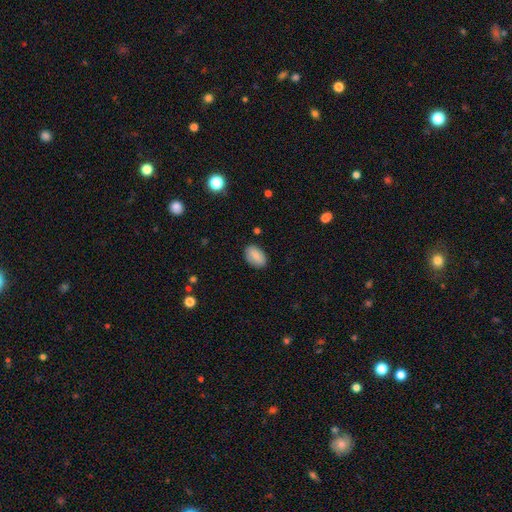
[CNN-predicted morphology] Q: Smooth or featured?
A: smooth (82%); runner-up: featured or disk (11%)
Q: How rounded?
A: in between (91%); runner-up: round (7%)
Q: Merging?
A: none (84%); runner-up: minor disturbance (12%)